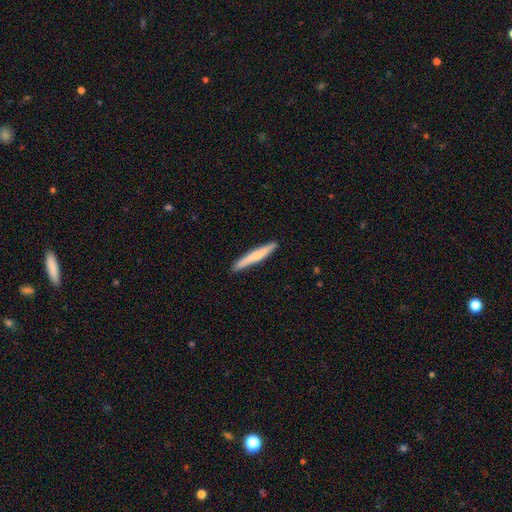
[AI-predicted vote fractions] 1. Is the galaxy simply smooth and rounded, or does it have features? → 66% smooth, 28% featured or disk, 5% star or artifact.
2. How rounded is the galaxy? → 96% cigar-shaped, 3% in between, 1% round.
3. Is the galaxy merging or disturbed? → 90% none, 8% minor disturbance, 1% major disturbance, 1% merger.